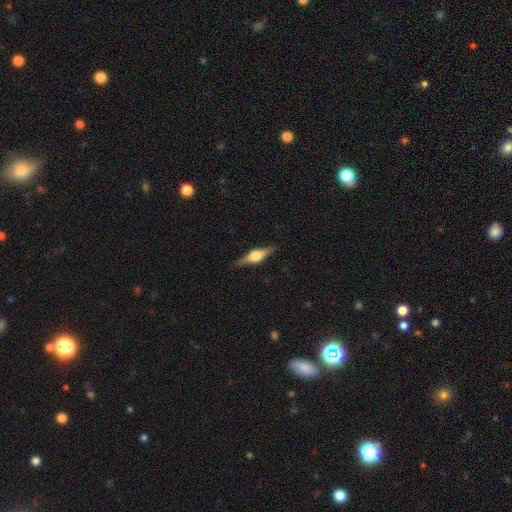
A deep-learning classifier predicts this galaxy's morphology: A featured or disk galaxy (74%) viewed edge-on (97%) with a rounded central bulge (92%).

Vote fractions:
- Smooth or featured? featured or disk: 74% / smooth: 20% / star or artifact: 6%
- Edge-on disk? yes: 97% / no: 3%
- Edge-on bulge? rounded: 92% / boxy: 7% / none: 1%
- Merging? none: 88% / minor disturbance: 9% / major disturbance: 2% / merger: 1%